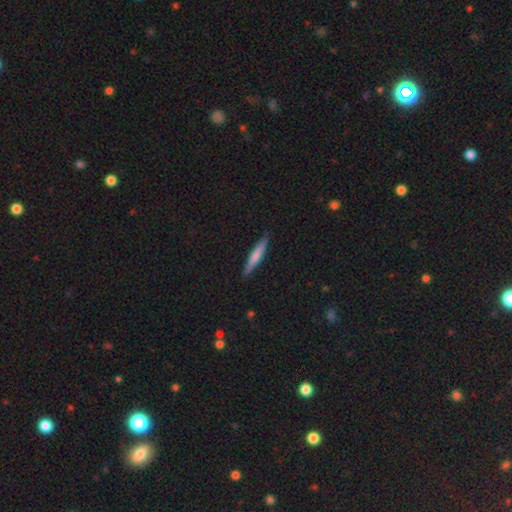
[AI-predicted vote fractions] Q: Smooth or featured?
A: smooth (58%); runner-up: featured or disk (36%)
Q: How rounded?
A: cigar-shaped (93%); runner-up: in between (6%)
Q: Merging?
A: none (89%); runner-up: minor disturbance (8%)